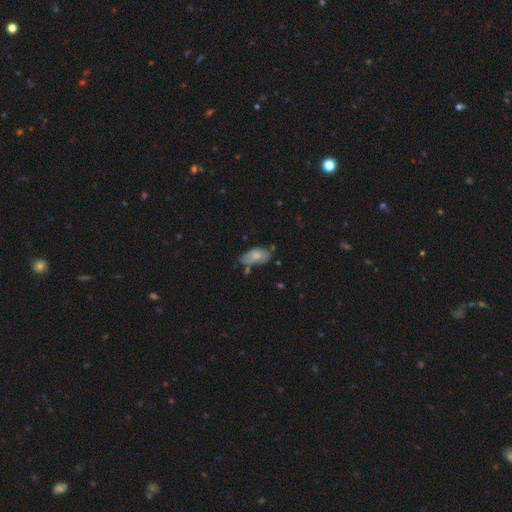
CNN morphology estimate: This is likely a smooth galaxy (67%). How rounded: clearly in between (92%). Merging: marginally none (44%).